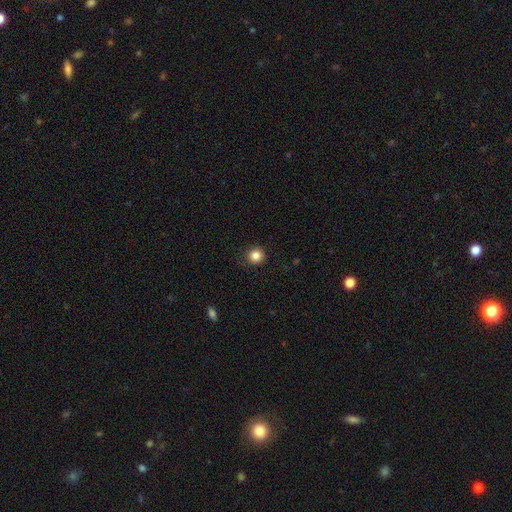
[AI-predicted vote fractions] Overall: smooth (85%). How rounded: round (94%). Merging: none (90%).